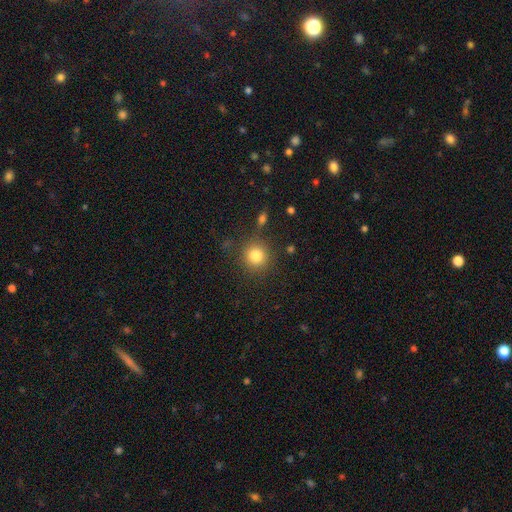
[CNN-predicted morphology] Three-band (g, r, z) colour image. It shows a smooth galaxy with no disk features (83%) that is round (92%). Merging: none (83%).